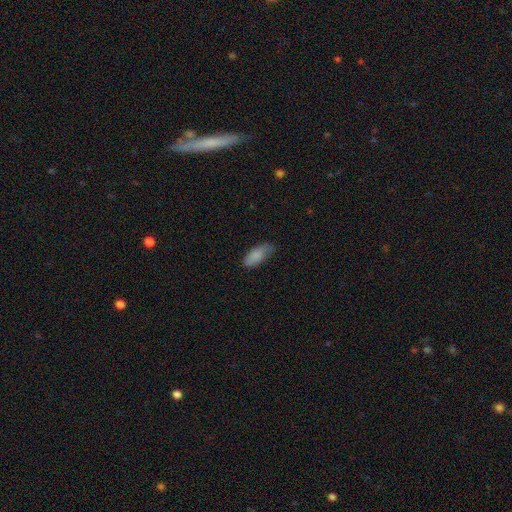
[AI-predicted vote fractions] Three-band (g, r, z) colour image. It shows a smooth galaxy with no disk features (85%) that is in between round and cigar-shaped (83%). Merging: none (62%).